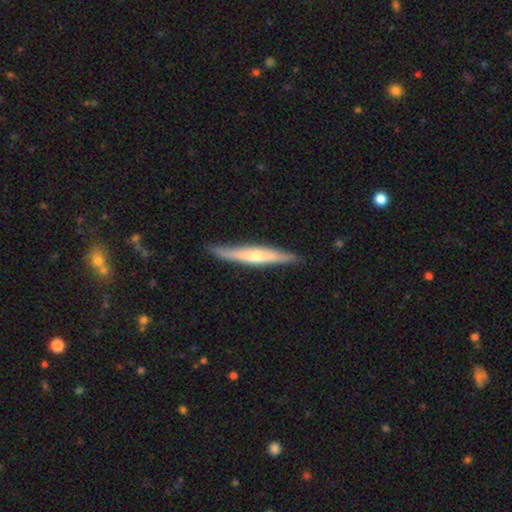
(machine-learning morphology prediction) featured or disk 56%, smooth 39%, star or artifact 5%. Down the decision tree: edge-on disk — yes (93%); edge-on bulge — rounded (63%); merging — none (86%).